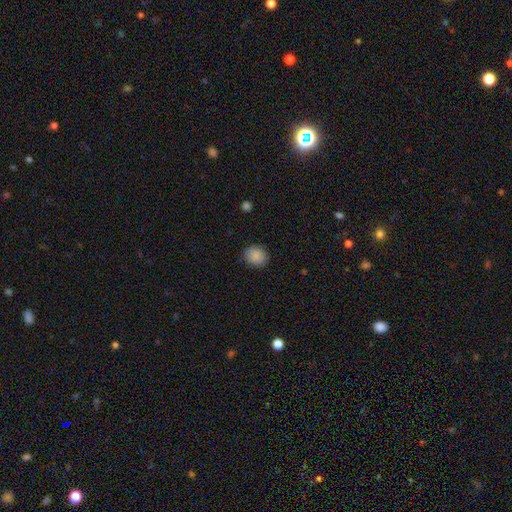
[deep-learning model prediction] Smooth or featured? Predicted: smooth (p=0.88). How rounded? Predicted: round (p=0.70). Merging? Predicted: none (p=0.87).